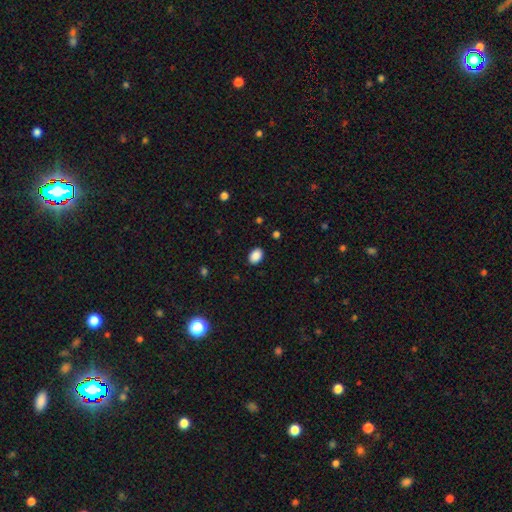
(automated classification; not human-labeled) Overall: smooth (89%). How rounded: in between (82%). Merging: none (89%).